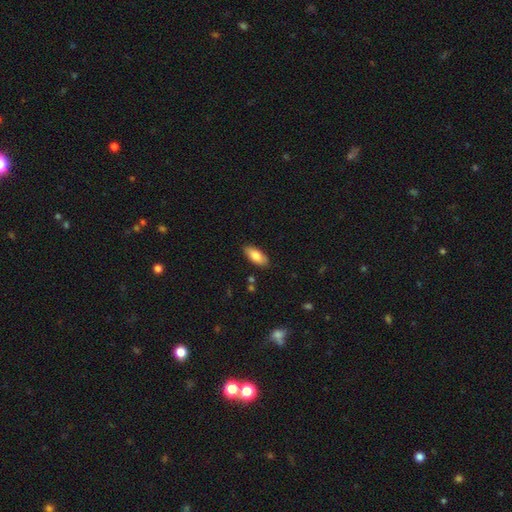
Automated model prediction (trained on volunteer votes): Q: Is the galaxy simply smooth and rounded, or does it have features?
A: smooth — 80%.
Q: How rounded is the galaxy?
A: in between — 87%.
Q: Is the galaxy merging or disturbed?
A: none — 85%.